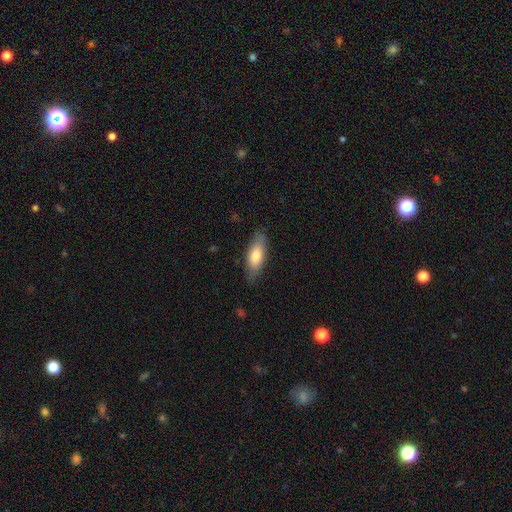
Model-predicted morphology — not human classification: Overall: smooth (74%). How rounded: in between (67%; cigar-shaped 31%). Merging: none (80%).